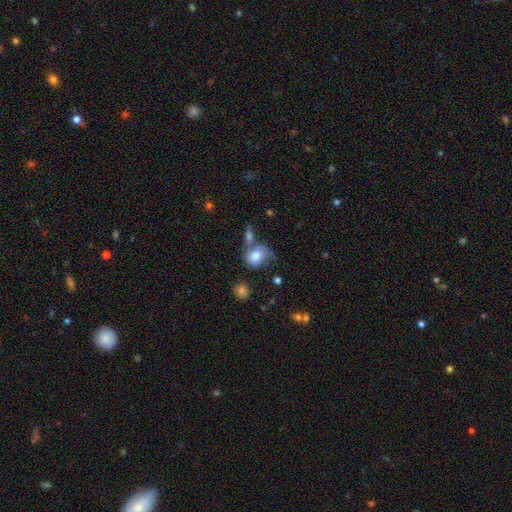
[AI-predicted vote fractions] Smooth or featured? smooth (76%)
How rounded? in between (50%)
Merging? none (36%)